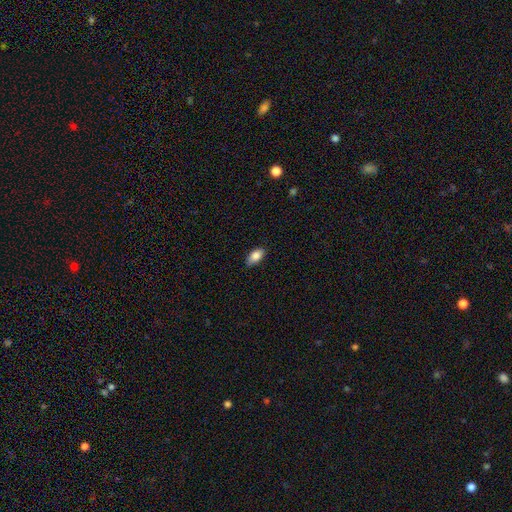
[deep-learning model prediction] Smooth or featured? smooth (86%)
How rounded? in between (92%)
Merging? none (79%)